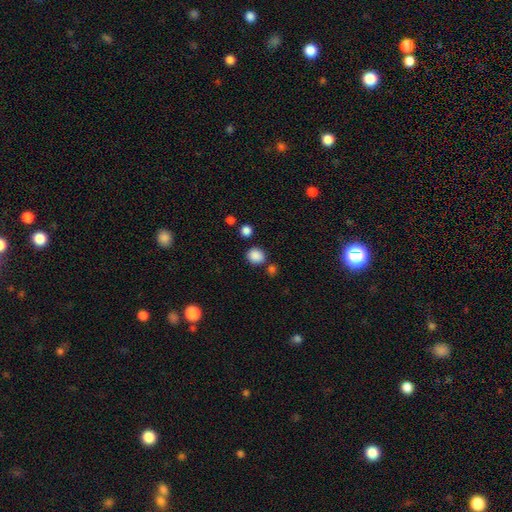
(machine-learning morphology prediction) A smooth galaxy with no disk features (87%) that is round (71%).

Vote fractions:
- Smooth or featured? smooth: 87% / star or artifact: 10% / featured or disk: 3%
- How rounded? round: 71% / in between: 28% / cigar-shaped: 1%
- Merging? none: 78% / minor disturbance: 11% / merger: 8% / major disturbance: 3%